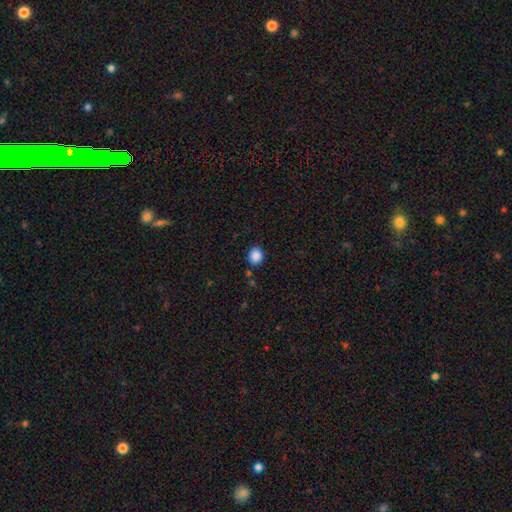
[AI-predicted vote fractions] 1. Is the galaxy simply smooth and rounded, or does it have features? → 87% smooth, 9% star or artifact, 3% featured or disk.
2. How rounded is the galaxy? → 74% round, 25% in between, 1% cigar-shaped.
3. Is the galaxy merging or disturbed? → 85% none, 9% minor disturbance, 3% merger, 2% major disturbance.